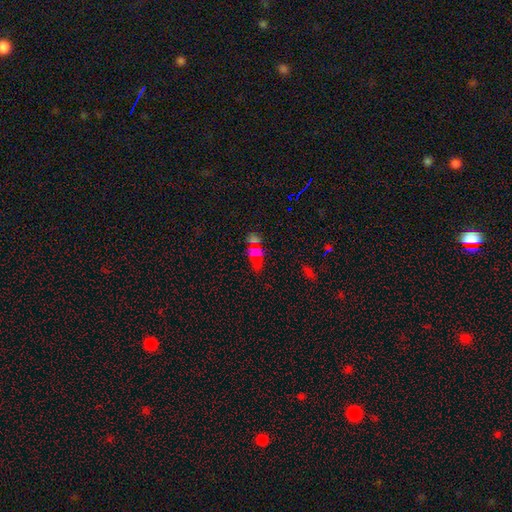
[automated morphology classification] Smooth or featured?
  - smooth: 47% *
  - star or artifact: 43%
  - featured or disk: 10%
Merging?
  - none: 49% *
  - merger: 21%
  - minor disturbance: 17%
  - major disturbance: 13%